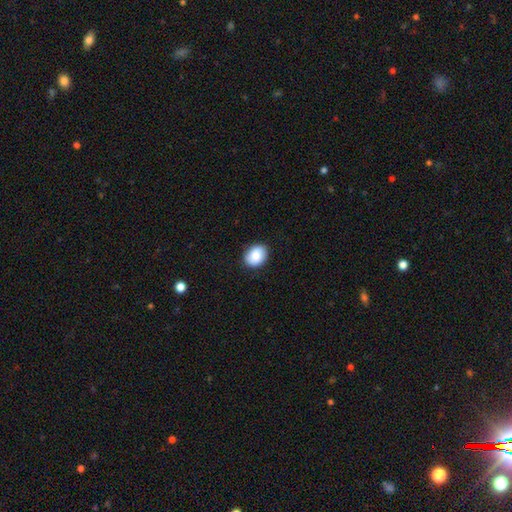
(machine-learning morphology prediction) smooth_or_featured: smooth (p=0.86) [alt: star or artifact p=0.07]
how_rounded: in between (p=0.57) [alt: round p=0.43]
merging: none (p=0.88) [alt: minor disturbance p=0.09]